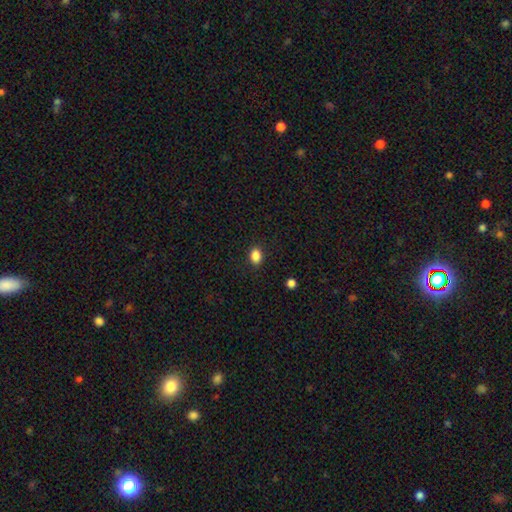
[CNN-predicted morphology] type=smooth (87%); roundness=in between (67%); merging=none (88%).